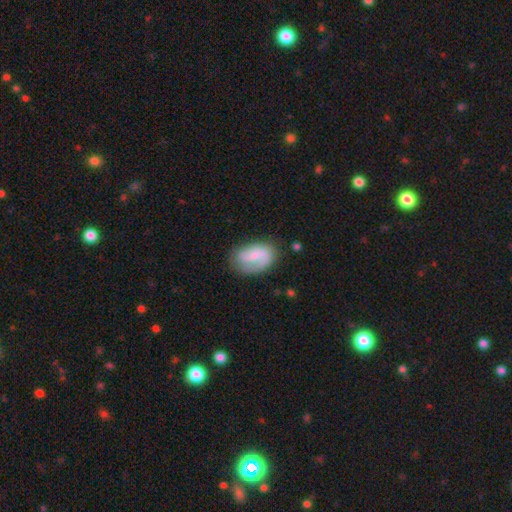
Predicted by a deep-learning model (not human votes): A featured or disk galaxy (58%) with no bar (49%), 2 (57%) medium (41%) spiral arms (89%) and a small central bulge (53%). Merging: none (67%).